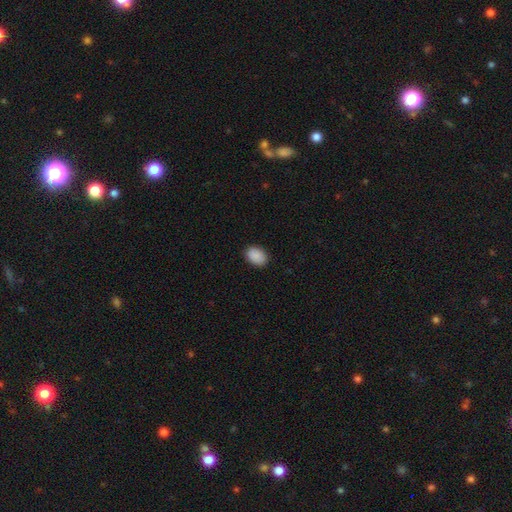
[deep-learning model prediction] Smooth or featured? Predicted: smooth (p=0.90). How rounded? Predicted: in between (p=0.77). Merging? Predicted: none (p=0.88).